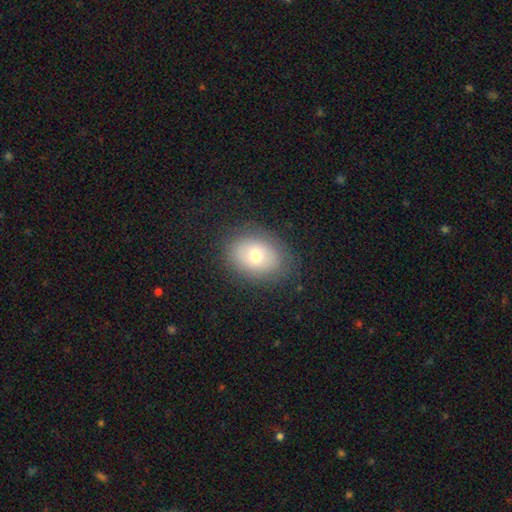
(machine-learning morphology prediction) smooth_or_featured: smooth (p=0.71) [alt: featured or disk p=0.18]
how_rounded: in between (p=0.61) [alt: round p=0.38]
merging: none (p=0.83) [alt: minor disturbance p=0.12]